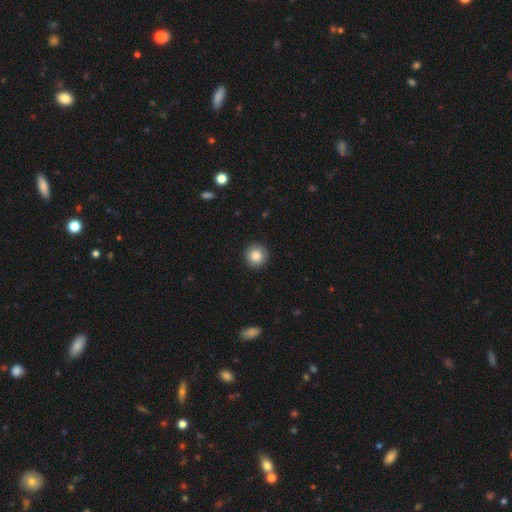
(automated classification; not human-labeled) Q: Smooth or featured?
A: smooth (86%); runner-up: star or artifact (9%)
Q: How rounded?
A: round (95%); runner-up: in between (4%)
Q: Merging?
A: none (92%); runner-up: minor disturbance (6%)